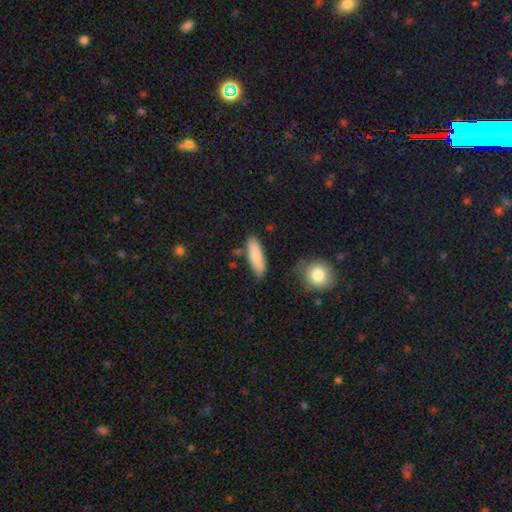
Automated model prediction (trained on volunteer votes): smooth 84%, featured or disk 10%, star or artifact 6%. Down the decision tree: how rounded — in between (50%); merging — none (79%).